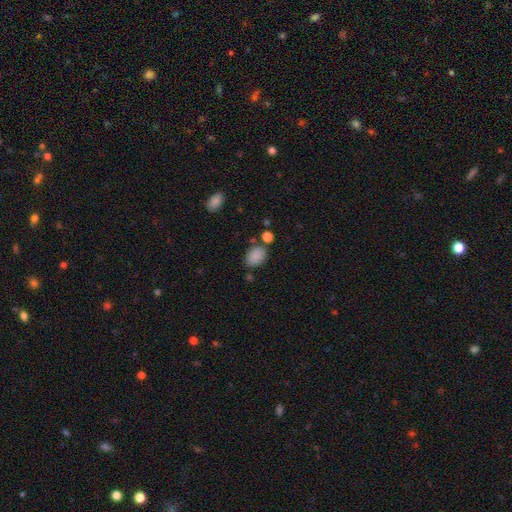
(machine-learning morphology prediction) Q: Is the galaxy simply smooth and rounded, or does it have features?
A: smooth — 86%.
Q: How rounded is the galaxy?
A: in between — 74%.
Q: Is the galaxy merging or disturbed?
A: none — 73%.